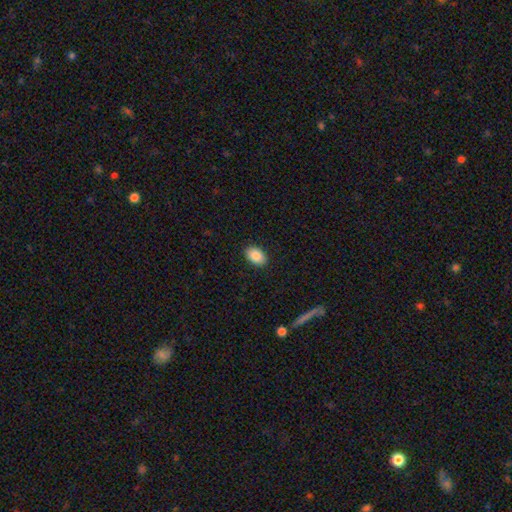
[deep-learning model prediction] A smooth galaxy with no disk features (86%) that is in between round and cigar-shaped (87%). Merging: none (90%).